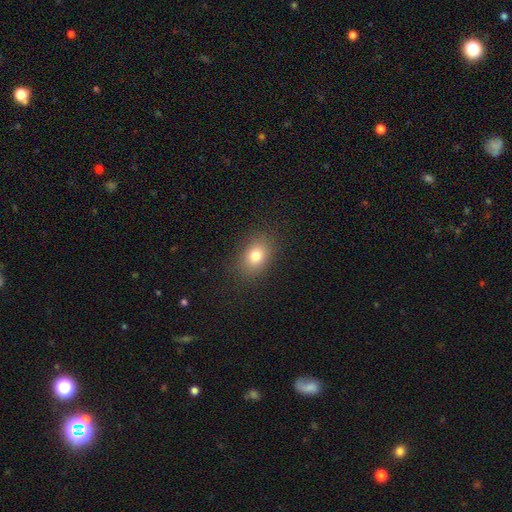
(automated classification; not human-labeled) This is likely a smooth galaxy (80%). How rounded: likely in between (73%). Merging: clearly none (86%).